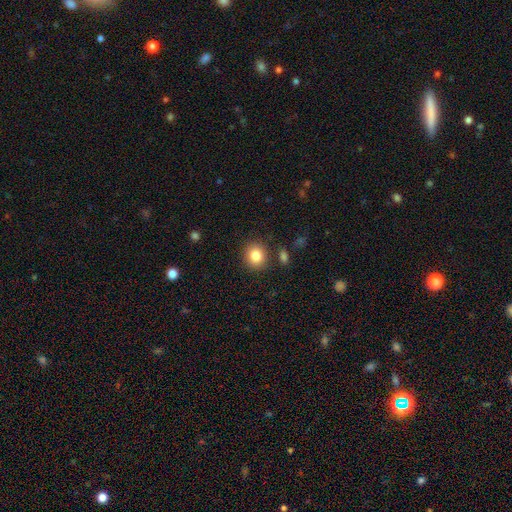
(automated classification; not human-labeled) Smooth or featured? Predicted: smooth (p=0.84). How rounded? Predicted: round (p=0.79). Merging? Predicted: none (p=0.86).